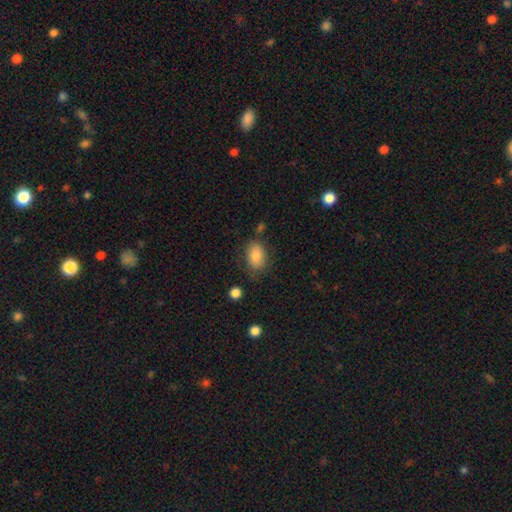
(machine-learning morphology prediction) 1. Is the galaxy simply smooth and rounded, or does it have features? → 84% smooth, 8% star or artifact, 8% featured or disk.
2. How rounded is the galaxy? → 85% in between, 13% round, 1% cigar-shaped.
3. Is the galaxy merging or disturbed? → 71% none, 20% minor disturbance, 6% major disturbance, 4% merger.